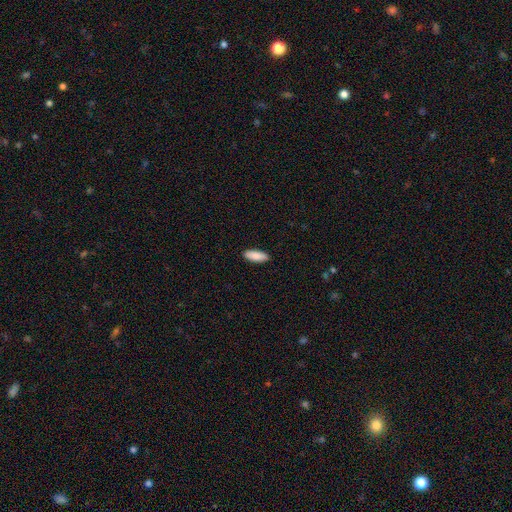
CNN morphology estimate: The model was most divided on "how rounded": in between: 71%, cigar-shaped: 27%, round: 2%. More confident: merging — none (90%); smooth or featured — smooth (88%).